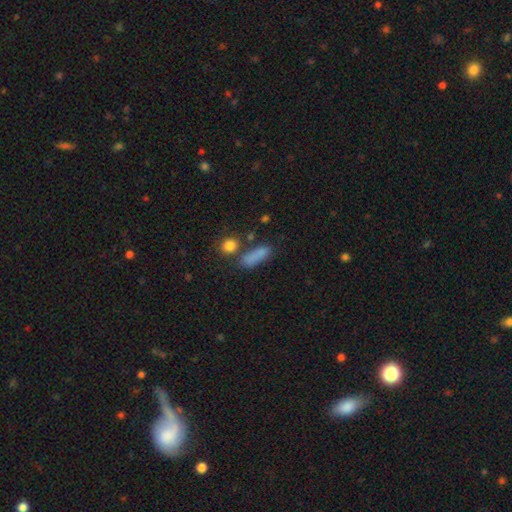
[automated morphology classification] Smooth or featured? Predicted: smooth (p=0.80). How rounded? Predicted: in between (p=0.47). Merging? Predicted: none (p=0.63).